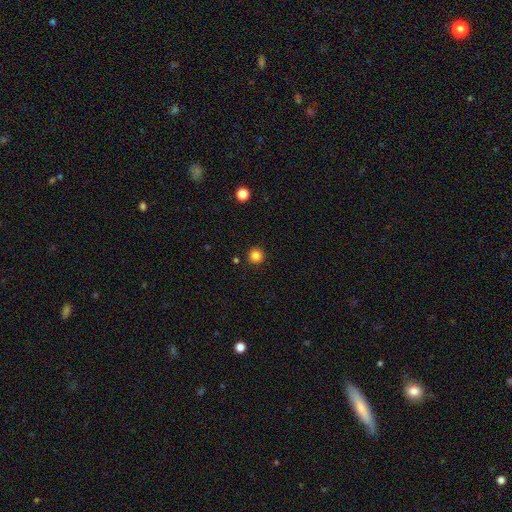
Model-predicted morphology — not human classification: smooth 84%, star or artifact 12%, featured or disk 4%. Down the decision tree: how rounded — round (96%); merging — none (92%).